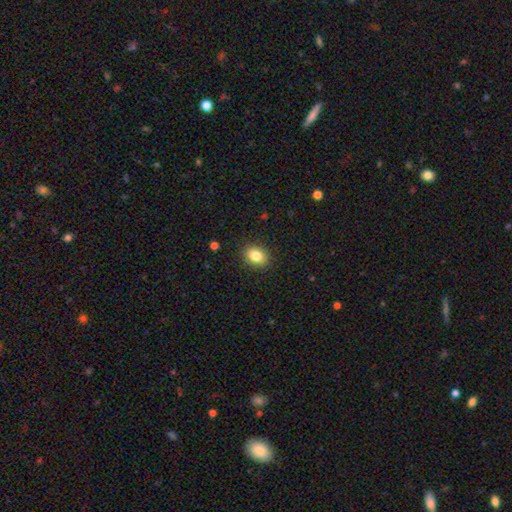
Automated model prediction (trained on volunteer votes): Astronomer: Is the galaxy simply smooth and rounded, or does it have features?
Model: smooth — 84%.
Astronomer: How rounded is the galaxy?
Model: in between — 62%.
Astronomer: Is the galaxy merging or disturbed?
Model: none — 89%.